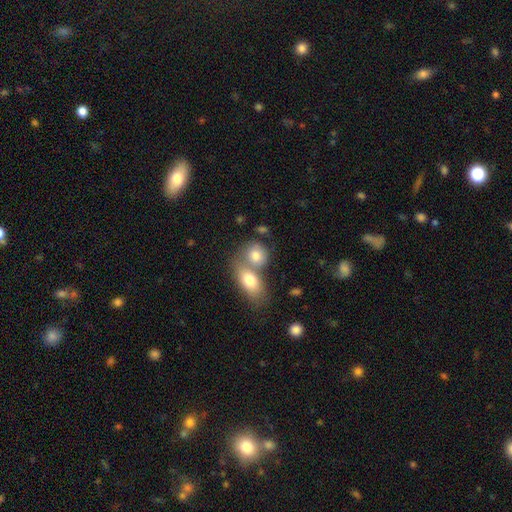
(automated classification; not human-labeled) Overall: smooth (78%). How rounded: round (52%; in between 46%). Merging: merger (58%; none 30%).